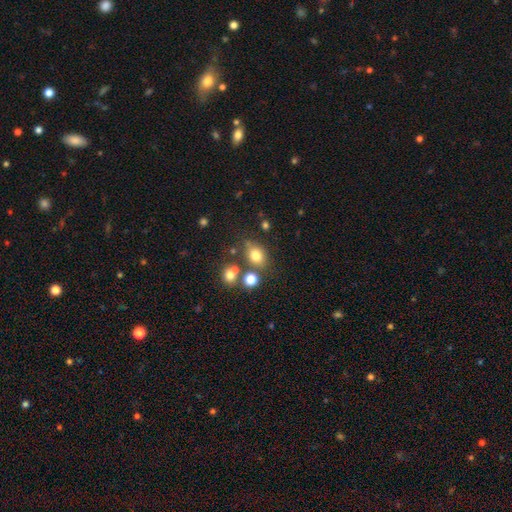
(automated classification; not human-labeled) Overall: smooth (75%). How rounded: round (51%; in between 48%). Merging: none (65%).